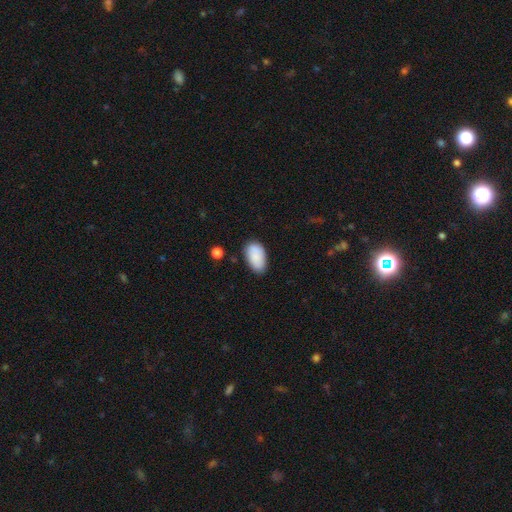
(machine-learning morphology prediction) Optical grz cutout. It shows a smooth galaxy with no disk features (86%) that is in between round and cigar-shaped (94%). Merging: none (74%).